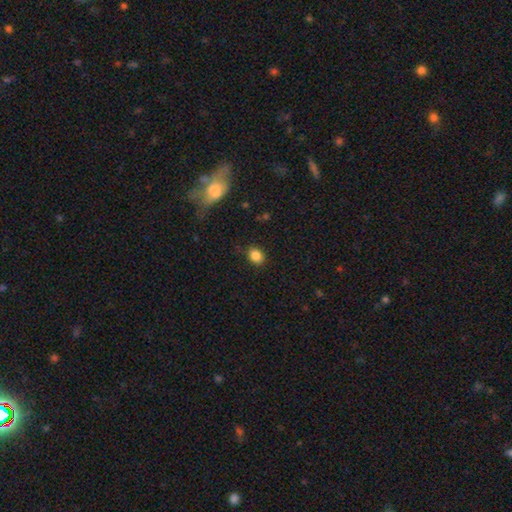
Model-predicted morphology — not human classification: A smooth galaxy with no disk features (85%) that is in between round and cigar-shaped (59%). Merging: none (84%).